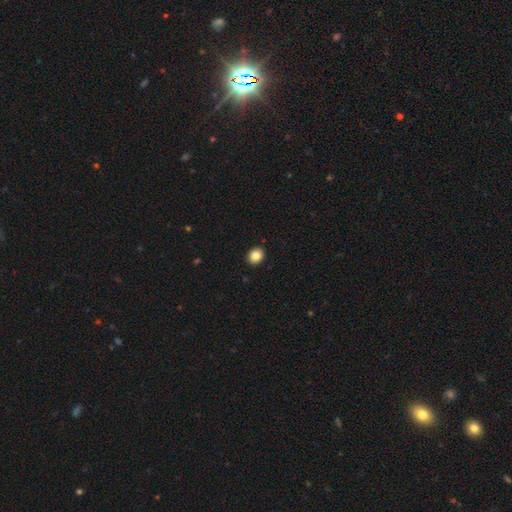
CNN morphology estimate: Smooth or featured: smooth — 84% (star or artifact — 10%)
How rounded: round — 68% (in between — 31%)
Merging: none — 92% (minor disturbance — 5%)